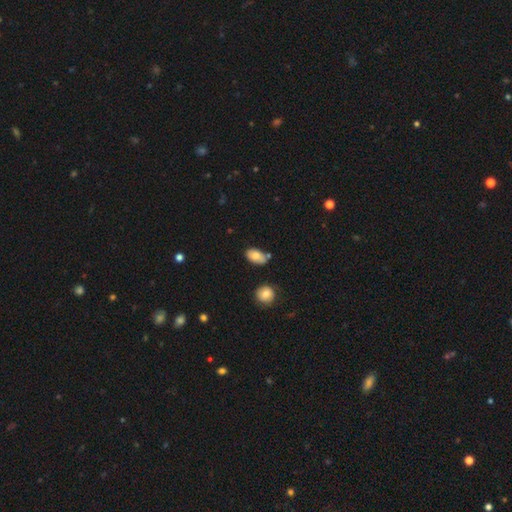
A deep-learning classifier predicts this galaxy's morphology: Smooth or featured? Predicted: smooth (p=0.77). How rounded? Predicted: in between (p=0.90). Merging? Predicted: none (p=0.68).